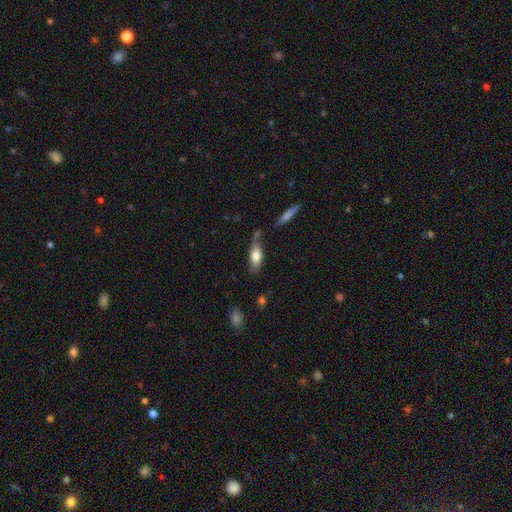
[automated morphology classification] smooth 68%, featured or disk 26%, star or artifact 7%. Down the decision tree: how rounded — in between (64%); merging — none (59%).